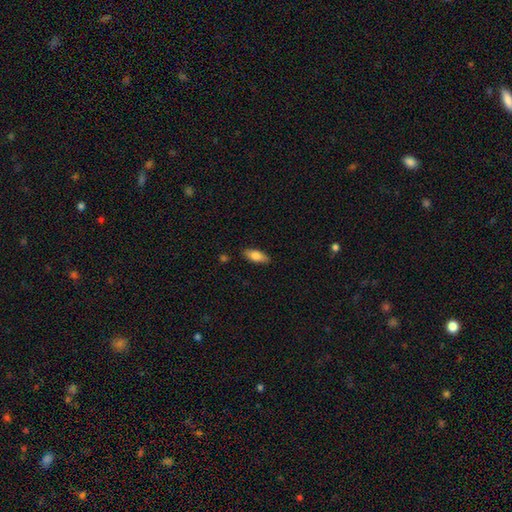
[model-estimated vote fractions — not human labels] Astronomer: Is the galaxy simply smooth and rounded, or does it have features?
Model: smooth — 79%.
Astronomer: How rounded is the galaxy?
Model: in between — 79%.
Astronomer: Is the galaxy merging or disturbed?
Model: none — 86%.